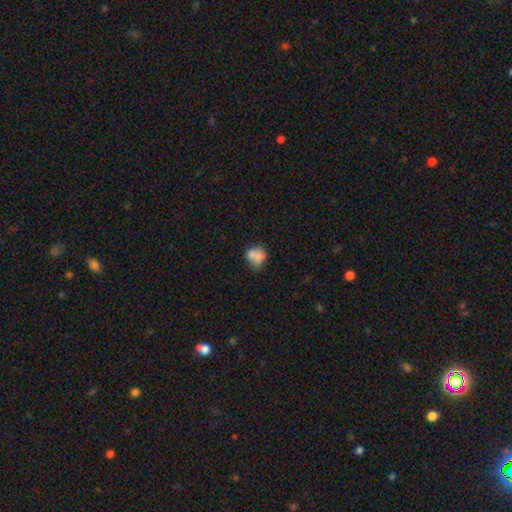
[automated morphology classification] type=smooth (71%); roundness=round (55%); merging=none (41%).